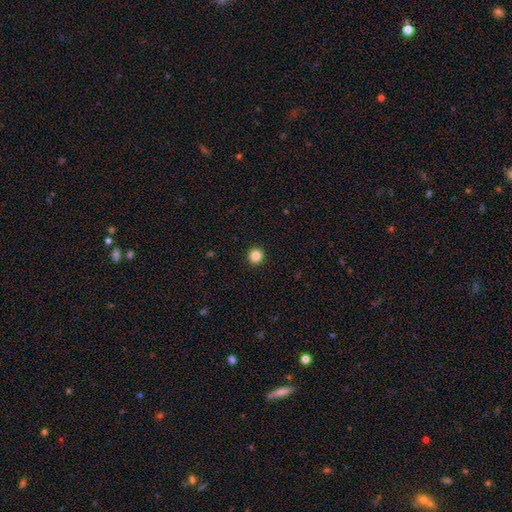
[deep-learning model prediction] Smooth or featured? Predicted: smooth (p=0.85). How rounded? Predicted: round (p=0.93). Merging? Predicted: none (p=0.93).